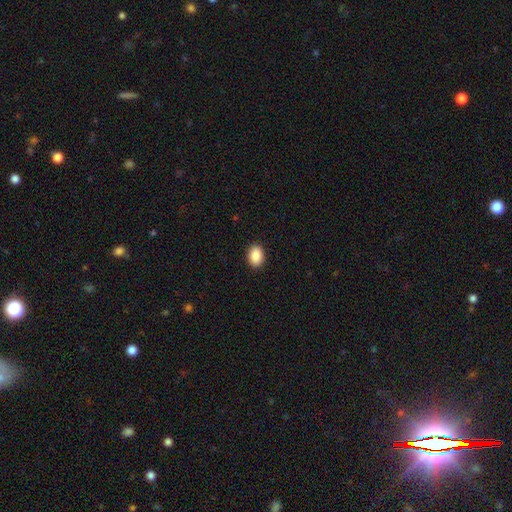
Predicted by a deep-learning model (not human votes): Smooth or featured? smooth (89%)
How rounded? in between (78%)
Merging? none (91%)